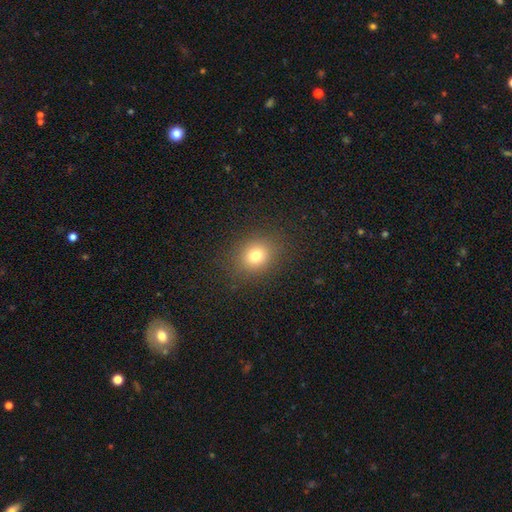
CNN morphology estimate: Smooth or featured: smooth — 77% (star or artifact — 15%)
How rounded: round — 64% (in between — 35%)
Merging: none — 87% (minor disturbance — 9%)